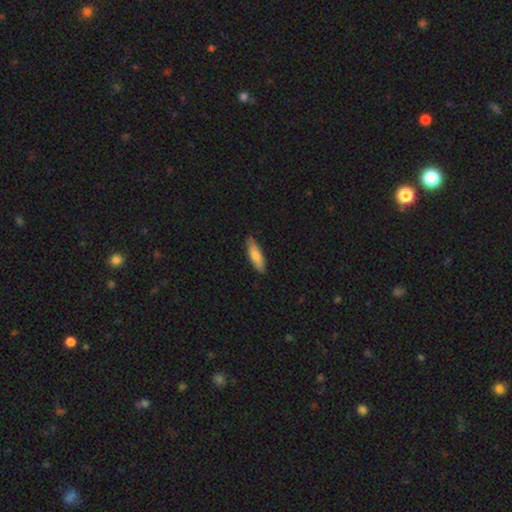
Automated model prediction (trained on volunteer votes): Q: Smooth or featured?
A: smooth (78%); runner-up: featured or disk (16%)
Q: How rounded?
A: cigar-shaped (52%); runner-up: in between (47%)
Q: Merging?
A: none (81%); runner-up: minor disturbance (15%)